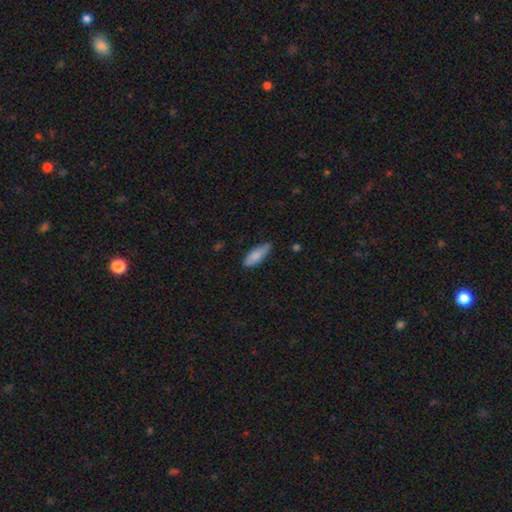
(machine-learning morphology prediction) smooth_or_featured: smooth (p=0.82) [alt: featured or disk p=0.12]
how_rounded: in between (p=0.61) [alt: cigar-shaped p=0.38]
merging: none (p=0.74) [alt: minor disturbance p=0.21]